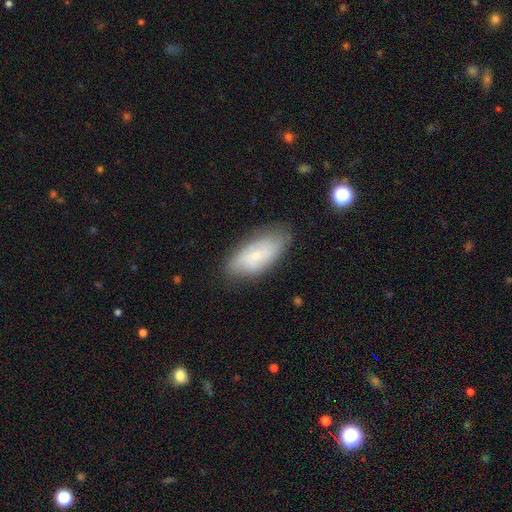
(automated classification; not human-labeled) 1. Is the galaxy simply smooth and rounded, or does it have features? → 54% smooth, 38% featured or disk, 8% star or artifact.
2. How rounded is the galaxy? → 85% in between, 12% cigar-shaped, 3% round.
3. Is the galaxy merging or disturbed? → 77% none, 18% minor disturbance, 4% major disturbance, 2% merger.